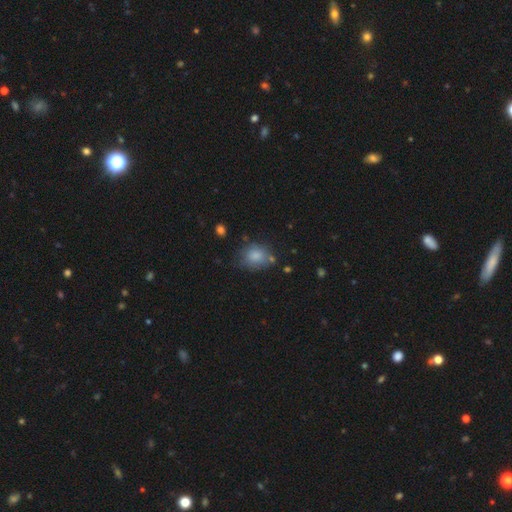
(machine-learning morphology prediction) smooth_or_featured: smooth (p=0.81) [alt: featured or disk p=0.10]
how_rounded: round (p=0.61) [alt: in between p=0.38]
merging: none (p=0.58) [alt: minor disturbance p=0.25]